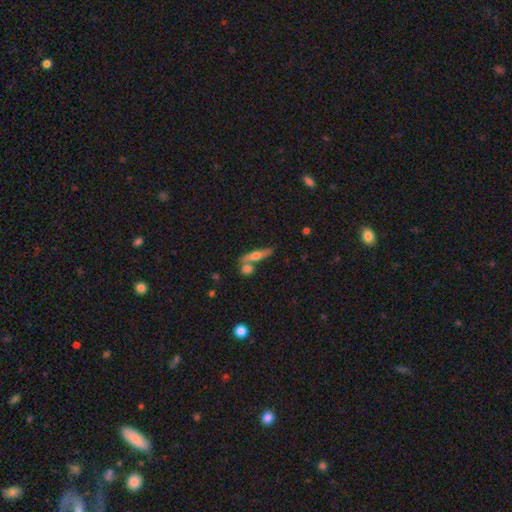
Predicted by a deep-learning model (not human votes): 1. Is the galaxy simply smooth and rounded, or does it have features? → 53% featured or disk, 40% smooth, 7% star or artifact.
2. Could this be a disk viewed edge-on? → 85% yes, 15% no.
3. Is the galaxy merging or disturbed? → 59% none, 26% merger, 11% minor disturbance, 4% major disturbance.